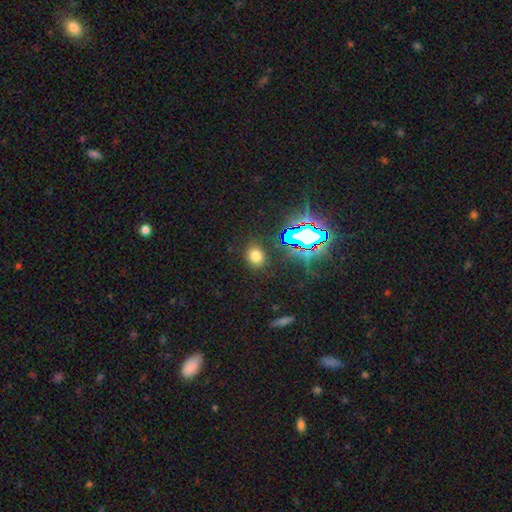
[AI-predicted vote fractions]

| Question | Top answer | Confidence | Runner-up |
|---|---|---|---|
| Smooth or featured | smooth | 70% | star or artifact (24%) |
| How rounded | round | 50% | in between (48%) |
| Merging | none | 86% | minor disturbance (9%) |